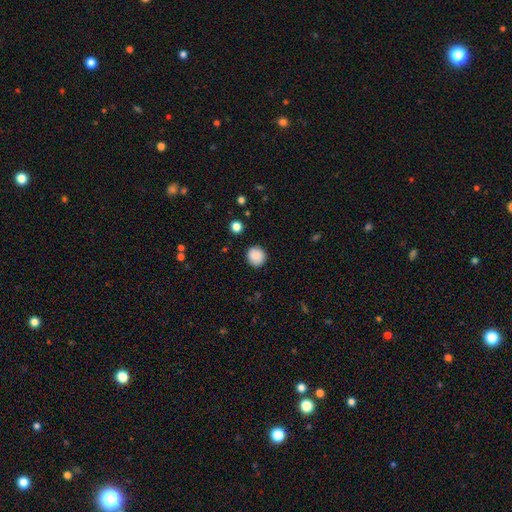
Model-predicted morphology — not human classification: Smooth or featured: smooth — 88% (star or artifact — 9%)
How rounded: round — 90% (in between — 9%)
Merging: none — 90% (minor disturbance — 7%)